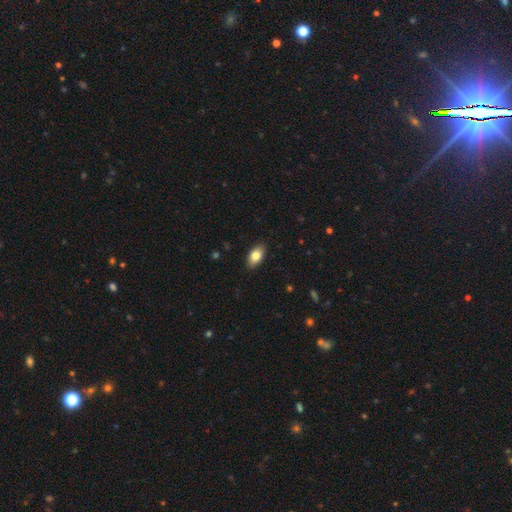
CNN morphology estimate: This appears to be a smooth galaxy with no disk features (81%) that is in between round and cigar-shaped (91%). Merging: none (88%).